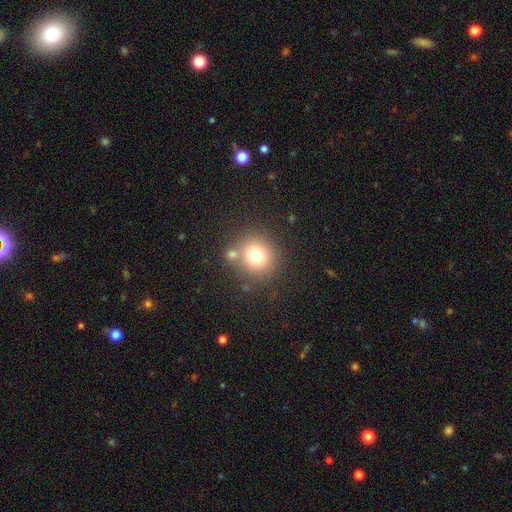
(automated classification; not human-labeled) Smooth or featured?
  - smooth: 75% *
  - star or artifact: 14%
  - featured or disk: 12%
How rounded?
  - round: 90% *
  - in between: 9%
  - cigar-shaped: 1%
Merging?
  - none: 70% *
  - merger: 16%
  - minor disturbance: 10%
  - major disturbance: 4%